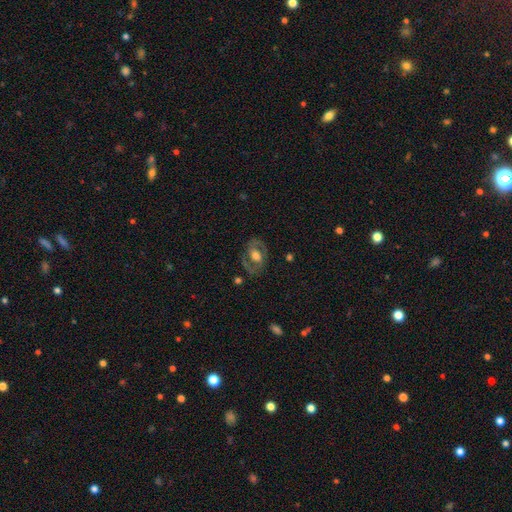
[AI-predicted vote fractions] Q: Smooth or featured?
A: featured or disk (64%); runner-up: smooth (30%)
Q: Edge-on disk?
A: no (94%); runner-up: yes (6%)
Q: Bar?
A: no (56%); runner-up: weak (30%)
Q: Spiral arms?
A: yes (53%); runner-up: no (47%)
Q: Bulge size?
A: moderate (53%); runner-up: large (33%)
Q: Merging?
A: none (75%); runner-up: minor disturbance (15%)